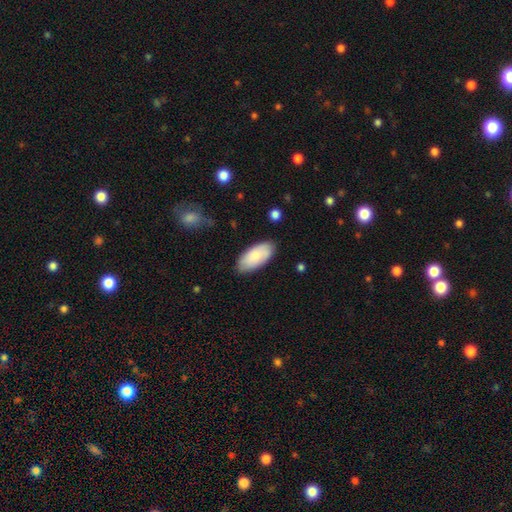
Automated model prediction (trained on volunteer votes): A smooth galaxy with no disk features (80%) that is in between round and cigar-shaped (94%). Merging: none (82%).